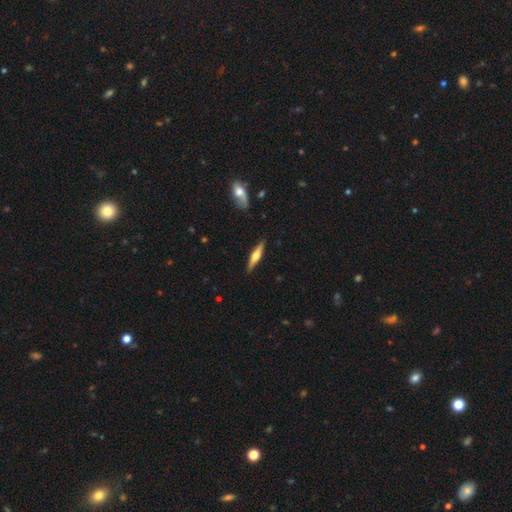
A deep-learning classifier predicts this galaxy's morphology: A featured or disk galaxy (53%) viewed edge-on (95%) with a rounded central bulge (89%). Merging: none (89%).